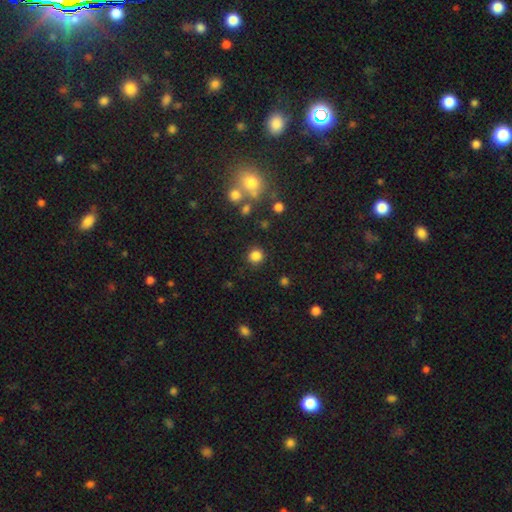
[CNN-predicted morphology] Overall: smooth (83%). How rounded: round (92%). Merging: none (88%).